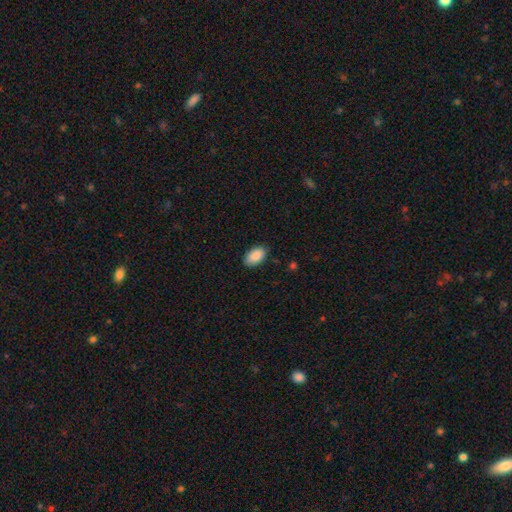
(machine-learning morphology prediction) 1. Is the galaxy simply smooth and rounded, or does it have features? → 90% smooth, 7% star or artifact, 3% featured or disk.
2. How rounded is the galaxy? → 94% in between, 4% round, 1% cigar-shaped.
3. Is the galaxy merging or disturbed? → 84% none, 12% minor disturbance, 2% major disturbance, 1% merger.